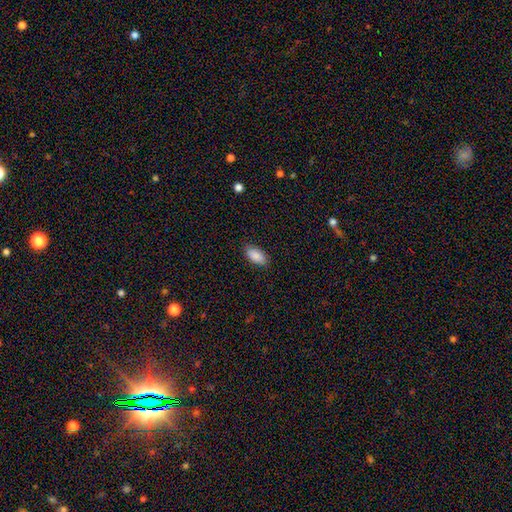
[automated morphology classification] Smooth or featured? Predicted: smooth (p=0.89). How rounded? Predicted: in between (p=0.92). Merging? Predicted: none (p=0.86).